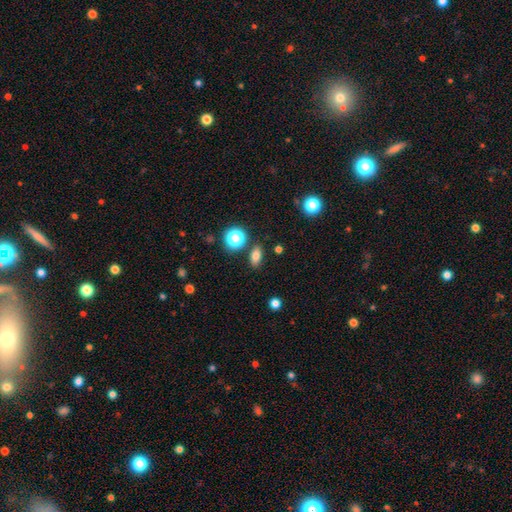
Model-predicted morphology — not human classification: Smooth or featured: smooth — 77% (star or artifact — 14%)
How rounded: in between — 80% (round — 15%)
Merging: none — 83% (minor disturbance — 9%)